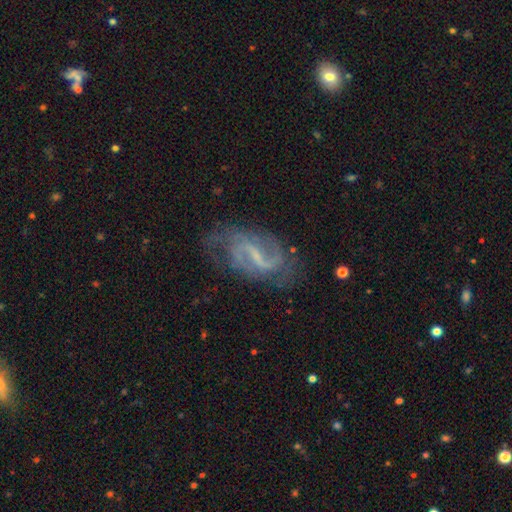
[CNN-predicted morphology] smooth-or-featured: featured or disk: 84% | smooth: 8% | star or artifact: 7%
  disk-edge-on: no: 96% | yes: 4%
    bar: weak: 48% | strong: 38% | no: 14%
    has-spiral-arms: yes: 93% | no: 7%
      spiral-winding: medium: 42% | loose: 41% | tight: 16%
      spiral-arm-count: 2: 77% | can't tell: 11% | 1: 5% | 3: 4% | 4: 2% | more than 4: 2%
    bulge-size: small: 46% | none: 38% | moderate: 13% | large: 1% | dominant: 1%
  merging: none: 65% | minor disturbance: 20% | major disturbance: 13% | merger: 2%